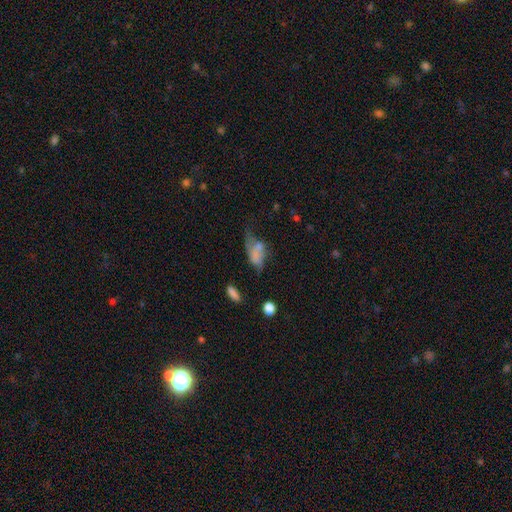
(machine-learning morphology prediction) Smooth or featured? Predicted: smooth (p=0.59). How rounded? Predicted: in between (p=0.87). Merging? Predicted: major disturbance (p=0.33).